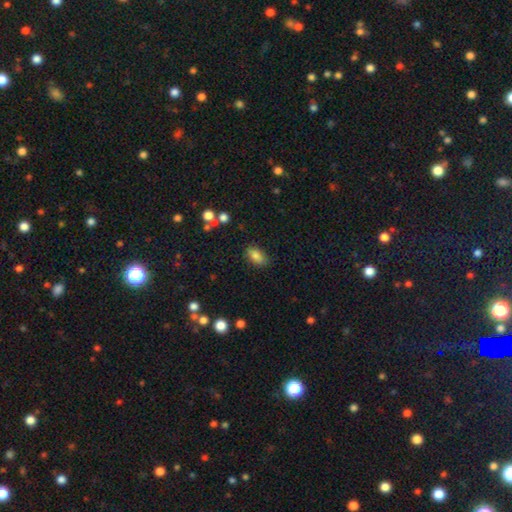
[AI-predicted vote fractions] This appears to be a smooth galaxy with no disk features (82%) that is in between round and cigar-shaped (89%). Merging: none (83%).